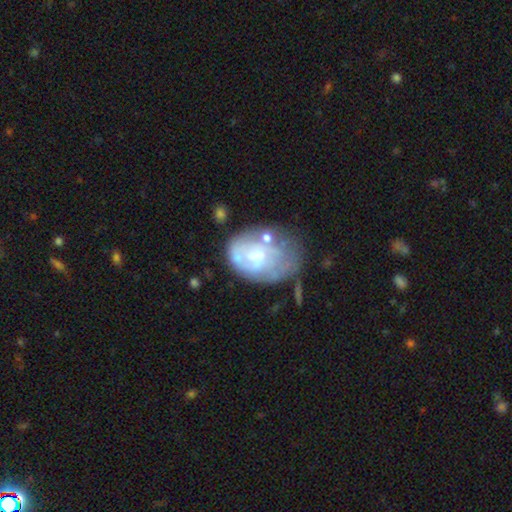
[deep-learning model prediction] Morphology: type=featured or disk (60%); edge-on=no (97%); bar=no (69%); spiral arms=no (58%); bulge=moderate (46%); merging=none (36%).